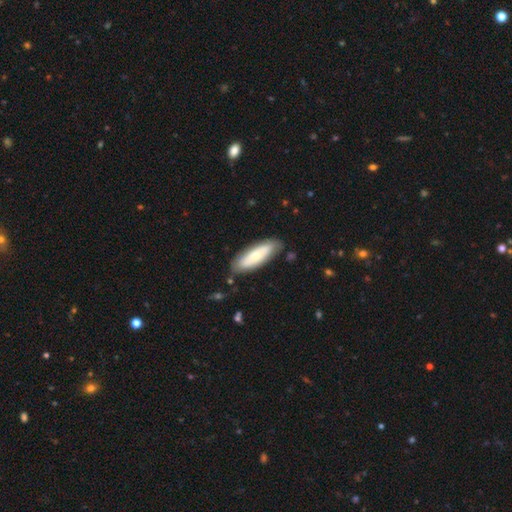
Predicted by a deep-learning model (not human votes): smooth 63%, featured or disk 32%, star or artifact 5%. Down the decision tree: how rounded — in between (58%); merging — none (81%).